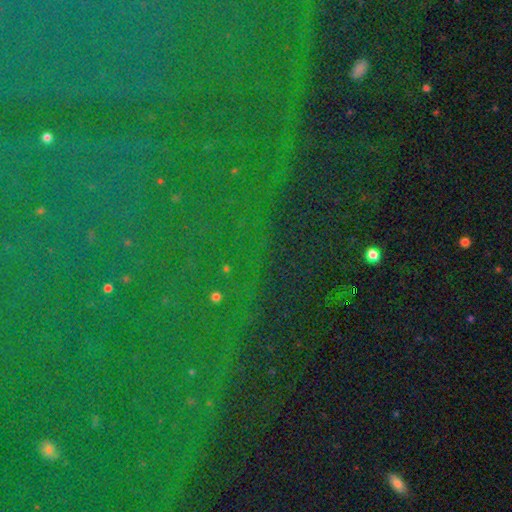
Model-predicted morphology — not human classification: A star or artifact, not a galaxy (86%).